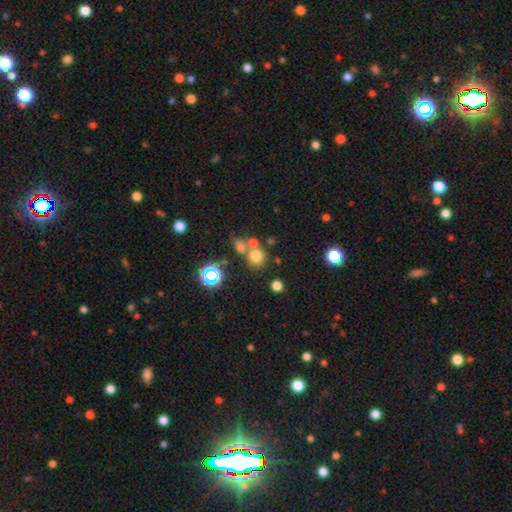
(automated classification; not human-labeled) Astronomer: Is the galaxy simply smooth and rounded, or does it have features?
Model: smooth — 69%.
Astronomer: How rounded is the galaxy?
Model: round — 84%.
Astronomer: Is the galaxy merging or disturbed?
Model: none — 56%.